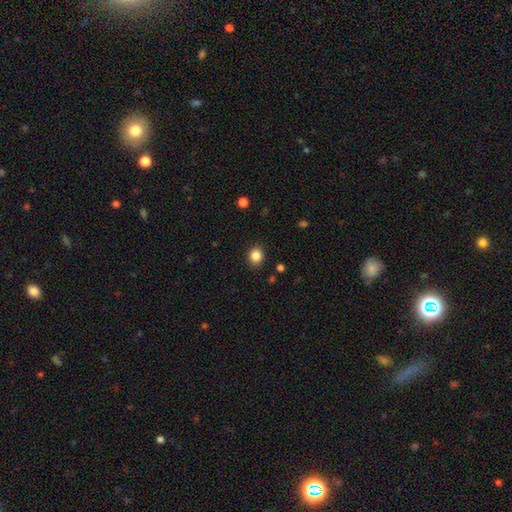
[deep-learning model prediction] Smooth or featured? smooth (86%)
How rounded? round (73%)
Merging? none (89%)